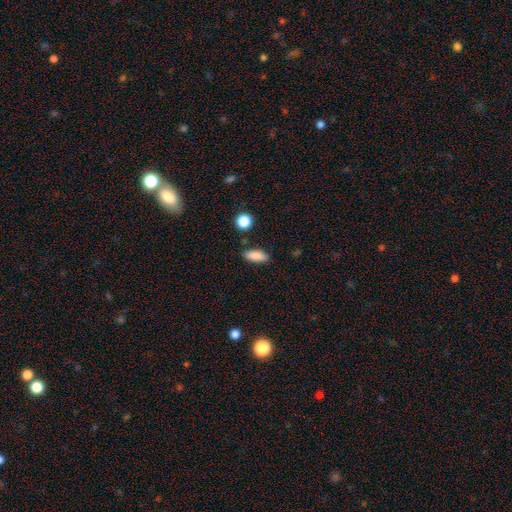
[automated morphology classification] smooth-or-featured: smooth: 87% | star or artifact: 8% | featured or disk: 6%
  how-rounded: in between: 76% | cigar-shaped: 20% | round: 4%
  merging: none: 83% | minor disturbance: 11% | merger: 3% | major disturbance: 3%